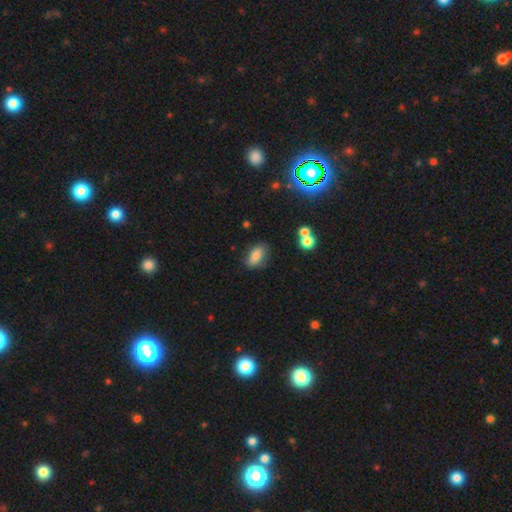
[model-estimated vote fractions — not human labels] A smooth galaxy with no disk features (80%) that is in between round and cigar-shaped (89%). Merging: none (74%).